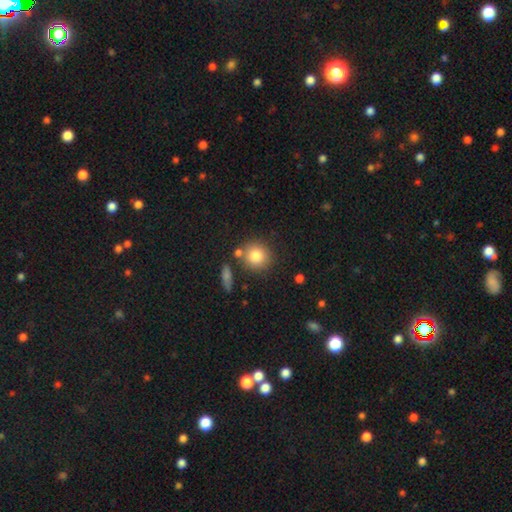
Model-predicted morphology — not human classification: Smooth or featured? Predicted: smooth (p=0.82). How rounded? Predicted: round (p=0.88). Merging? Predicted: none (p=0.74).